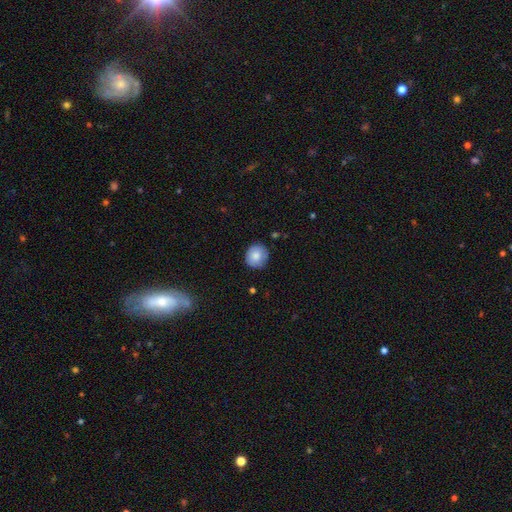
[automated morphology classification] smooth_or_featured: smooth (p=0.81) [alt: featured or disk p=0.12]
how_rounded: round (p=0.85) [alt: in between p=0.14]
merging: none (p=0.82) [alt: minor disturbance p=0.14]